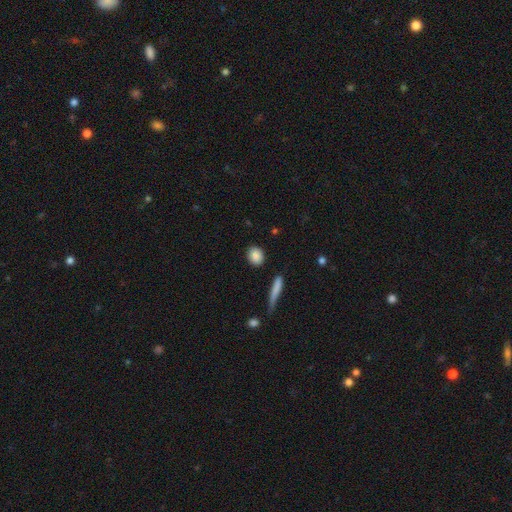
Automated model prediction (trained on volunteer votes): This appears to be a smooth galaxy with no disk features (87%) that is round (55%). Merging: none (87%).